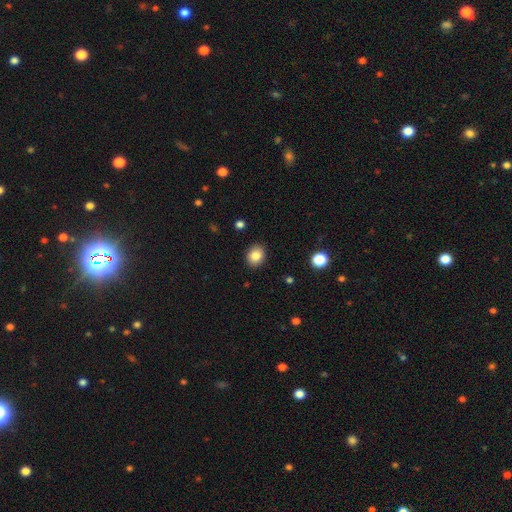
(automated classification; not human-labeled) Smooth or featured? Predicted: smooth (p=0.84). How rounded? Predicted: round (p=0.54). Merging? Predicted: none (p=0.90).